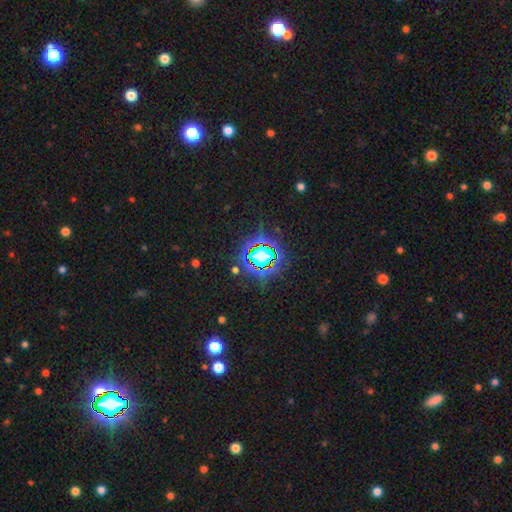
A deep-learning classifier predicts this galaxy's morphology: smooth_or_featured: star or artifact (p=0.83) [alt: smooth p=0.10]